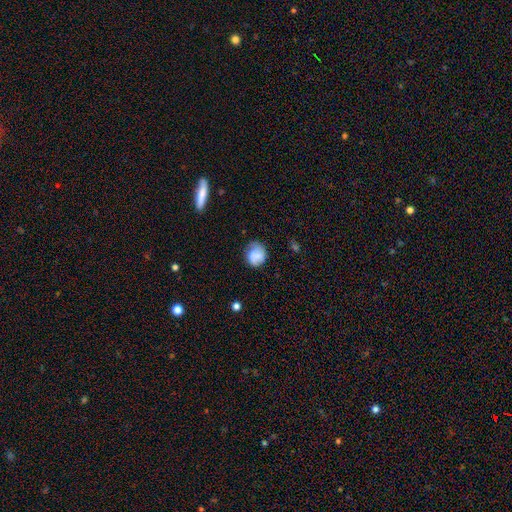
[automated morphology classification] A smooth galaxy with no disk features (63%) that is round (70%). Merging: none (59%).